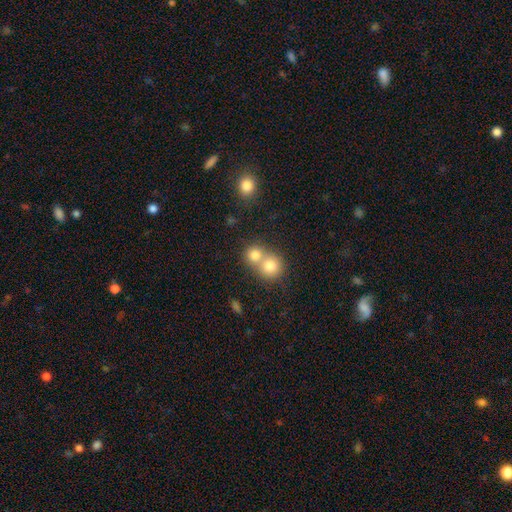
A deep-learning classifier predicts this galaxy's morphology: A smooth galaxy with no disk features (65%) that is round (84%).

Vote fractions:
- Smooth or featured? smooth: 65% / star or artifact: 21% / featured or disk: 14%
- How rounded? round: 84% / in between: 15% / cigar-shaped: 1%
- Merging? merger: 47% / none: 45% / minor disturbance: 6% / major disturbance: 3%